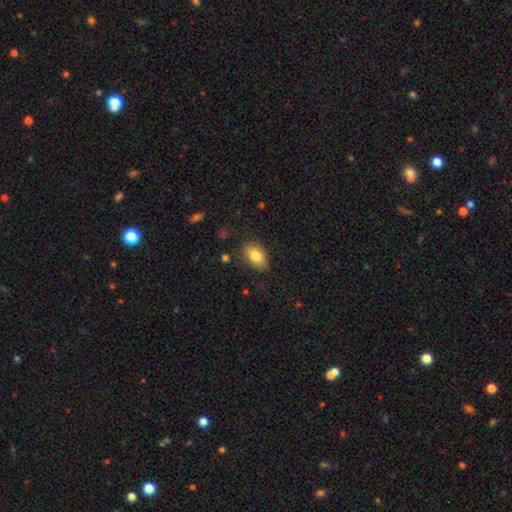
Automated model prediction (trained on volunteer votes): Smooth or featured? Predicted: smooth (p=0.81). How rounded? Predicted: in between (p=0.89). Merging? Predicted: none (p=0.81).